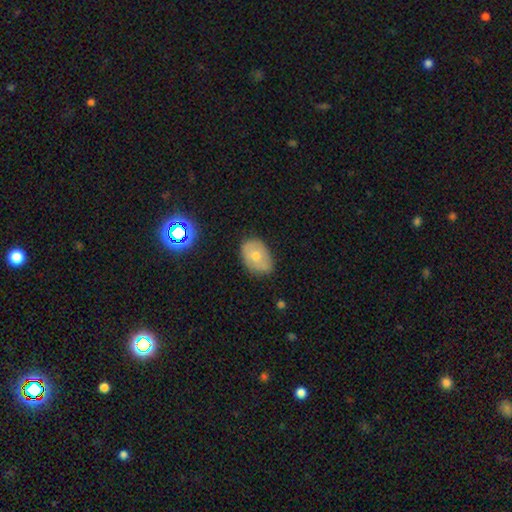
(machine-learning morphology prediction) A smooth galaxy with no disk features (64%) that is in between round and cigar-shaped (78%). Merging: none (67%).